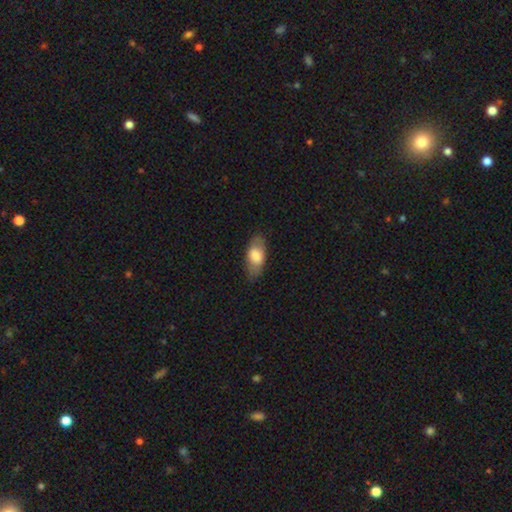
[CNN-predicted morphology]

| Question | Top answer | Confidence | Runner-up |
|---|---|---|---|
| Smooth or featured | smooth | 71% | featured or disk (23%) |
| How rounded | in between | 87% | cigar-shaped (9%) |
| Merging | none | 78% | minor disturbance (16%) |